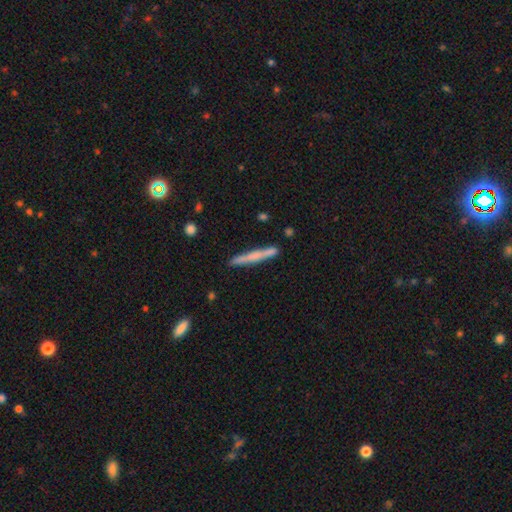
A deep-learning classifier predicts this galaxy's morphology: Q: Smooth or featured?
A: smooth (54%); runner-up: featured or disk (39%)
Q: How rounded?
A: cigar-shaped (96%); runner-up: in between (3%)
Q: Merging?
A: none (86%); runner-up: minor disturbance (9%)